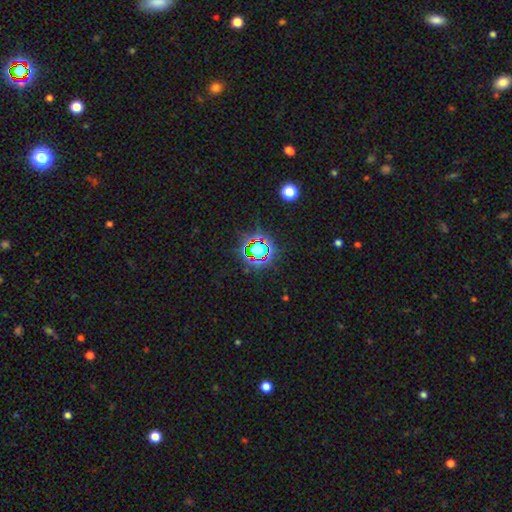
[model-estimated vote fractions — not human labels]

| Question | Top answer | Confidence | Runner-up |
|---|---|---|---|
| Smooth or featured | star or artifact | 74% | smooth (16%) |